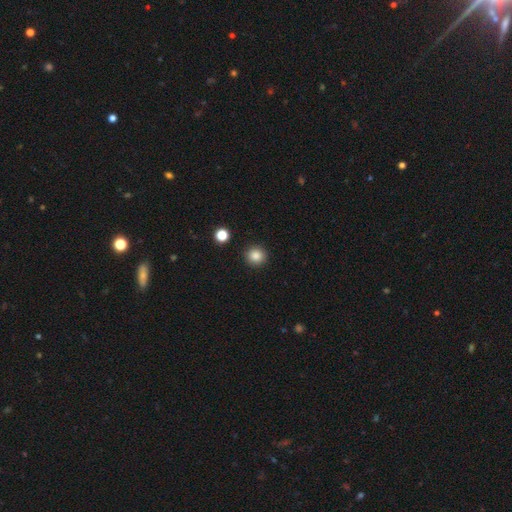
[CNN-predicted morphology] Q: Smooth or featured?
A: smooth (85%); runner-up: star or artifact (11%)
Q: How rounded?
A: round (94%); runner-up: in between (6%)
Q: Merging?
A: none (92%); runner-up: minor disturbance (5%)